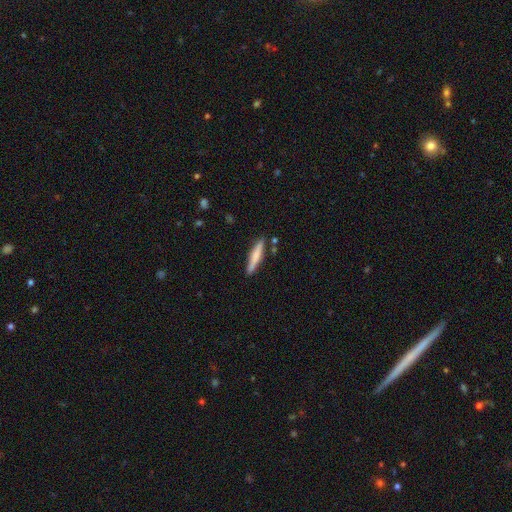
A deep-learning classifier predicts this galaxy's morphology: Smooth or featured?
  - smooth: 61% *
  - featured or disk: 33%
  - star or artifact: 6%
How rounded?
  - cigar-shaped: 90% *
  - in between: 8%
  - round: 1%
Merging?
  - none: 84% *
  - minor disturbance: 10%
  - merger: 3%
  - major disturbance: 2%